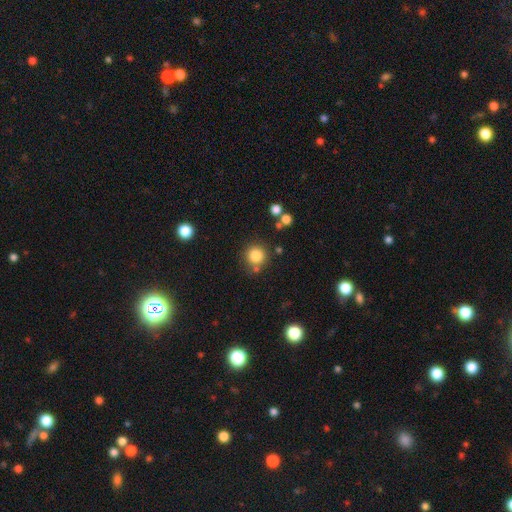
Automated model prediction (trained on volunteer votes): smooth-or-featured: smooth: 83% | star or artifact: 11% | featured or disk: 6%
  how-rounded: round: 93% | in between: 6% | cigar-shaped: 1%
  merging: none: 77% | minor disturbance: 10% | merger: 9% | major disturbance: 4%